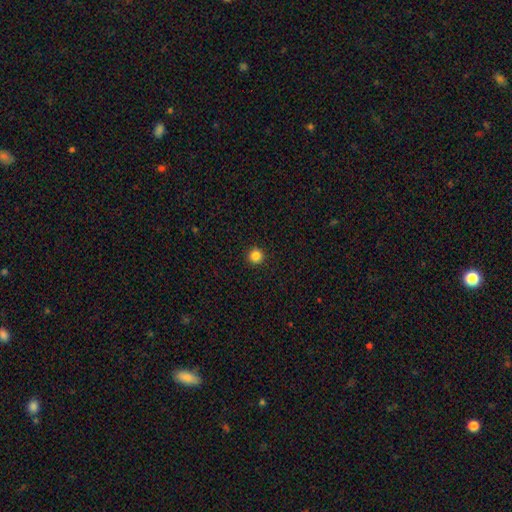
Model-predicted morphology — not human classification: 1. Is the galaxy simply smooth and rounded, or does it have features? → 85% smooth, 12% star or artifact, 4% featured or disk.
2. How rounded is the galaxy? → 95% round, 4% in between, 1% cigar-shaped.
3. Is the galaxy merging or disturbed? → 93% none, 4% minor disturbance, 1% major disturbance, 1% merger.